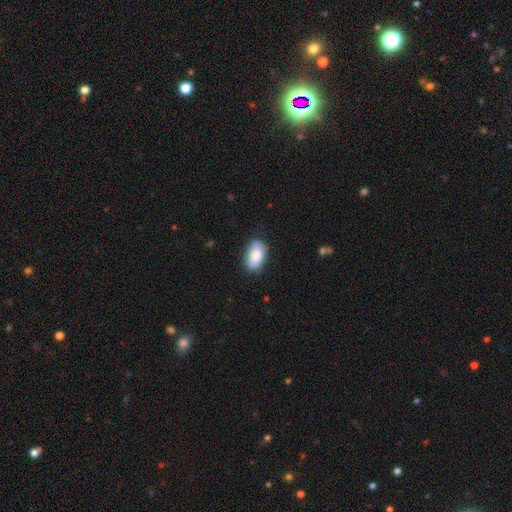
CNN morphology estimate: The model was most divided on "merging": none: 82%, minor disturbance: 14%, major disturbance: 3%, merger: 1%. More confident: how rounded — in between (93%); smooth or featured — smooth (84%).